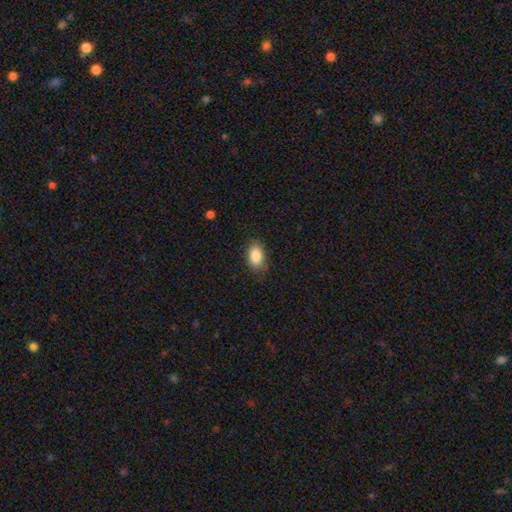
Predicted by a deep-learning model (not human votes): smooth_or_featured: smooth (p=0.87) [alt: star or artifact p=0.07]
how_rounded: in between (p=0.90) [alt: round p=0.08]
merging: none (p=0.77) [alt: minor disturbance p=0.18]